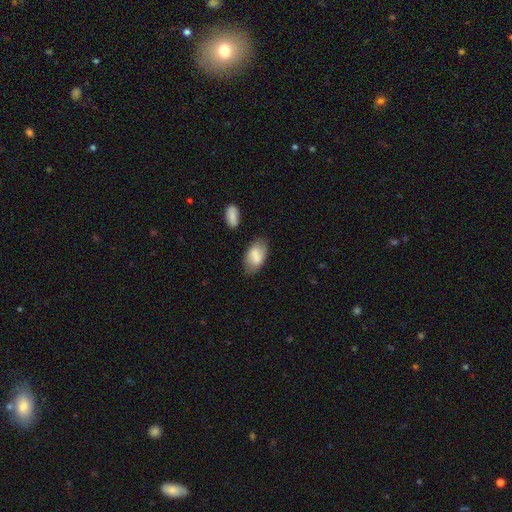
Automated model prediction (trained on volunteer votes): This is likely a smooth galaxy (77%). How rounded: clearly in between (94%). Merging: likely none (74%).